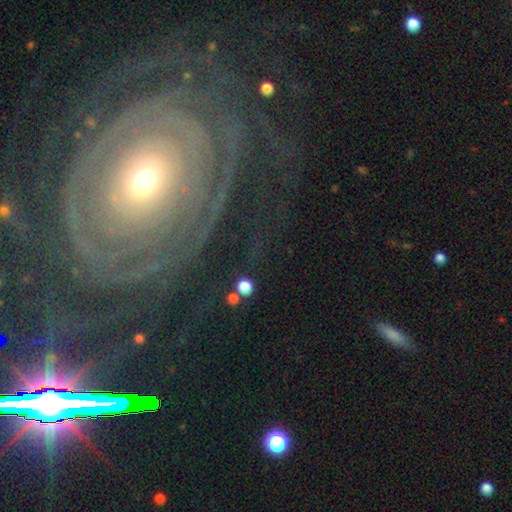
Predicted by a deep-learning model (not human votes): This is clearly a featured or disk galaxy (81%). It is clearly not viewed edge-on (95%). Bar: likely no (77%). Spiral arm pattern: clearly yes (88%). Spiral arm count: marginally can't tell (34%). Spiral winding: clearly tight (83%). Central bulge: possibly small (52%). Merging: likely none (78%).